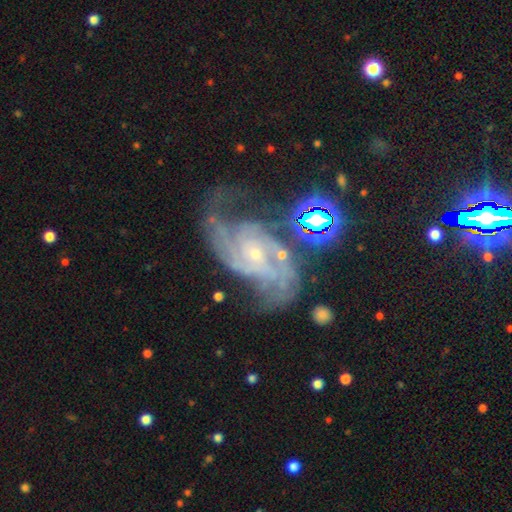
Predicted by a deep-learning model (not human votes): featured or disk 87%, star or artifact 8%, smooth 5%. Down the decision tree: edge-on disk — no (97%); bar — no (58%); spiral arms — yes (97%); spiral arm count — 2 (47%); spiral winding — medium (47%); bulge size — small (80%); merging — none (55%).